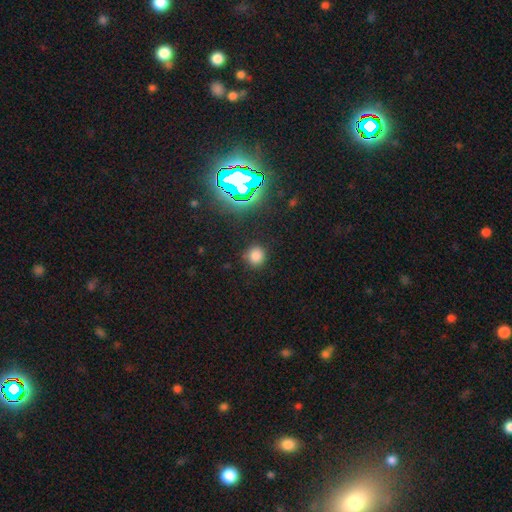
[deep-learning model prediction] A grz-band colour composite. It shows a smooth galaxy with no disk features (75%) that is round (91%). Merging: none (87%).